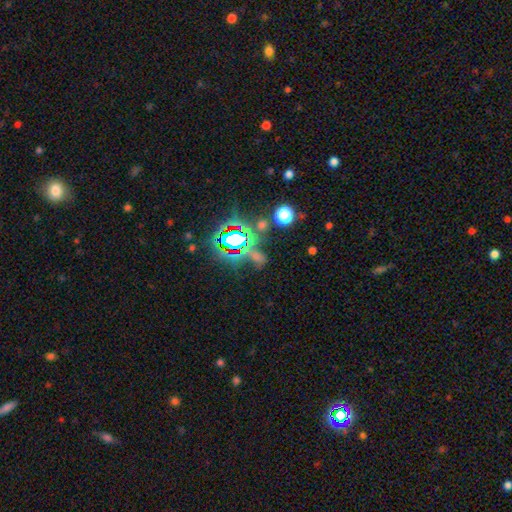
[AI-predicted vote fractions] smooth-or-featured: star or artifact: 69% | smooth: 21% | featured or disk: 10%